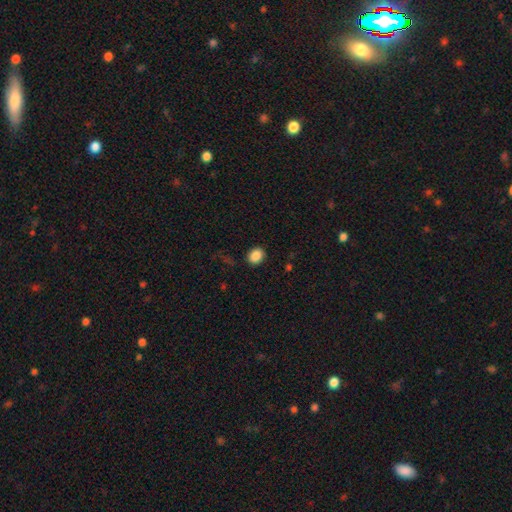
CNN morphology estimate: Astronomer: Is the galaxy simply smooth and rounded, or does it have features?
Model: smooth — 87%.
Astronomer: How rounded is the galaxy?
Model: round — 59% (runner-up: in between, 40%).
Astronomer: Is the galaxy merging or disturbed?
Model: none — 88%.